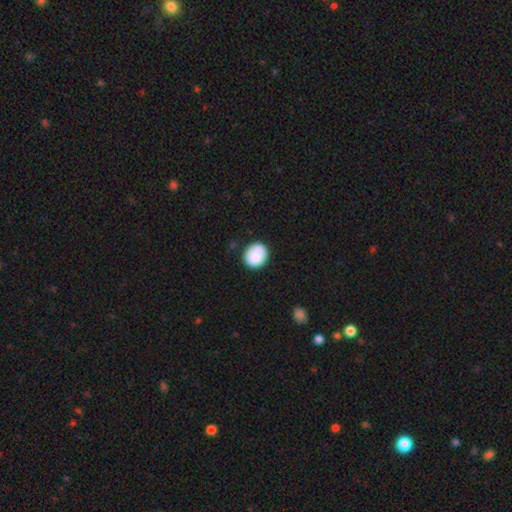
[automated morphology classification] This appears to be a smooth galaxy with no disk features (85%) that is round (77%). Merging: none (80%).